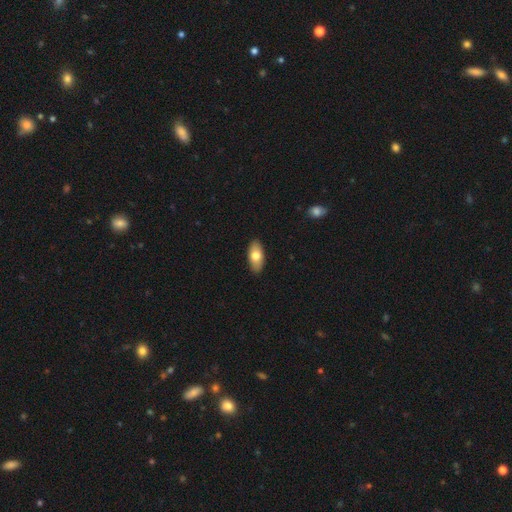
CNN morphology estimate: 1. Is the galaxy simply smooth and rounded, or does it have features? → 75% smooth, 19% featured or disk, 6% star or artifact.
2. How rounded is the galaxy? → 90% in between, 7% cigar-shaped, 3% round.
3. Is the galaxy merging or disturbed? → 90% none, 8% minor disturbance, 2% major disturbance, 1% merger.